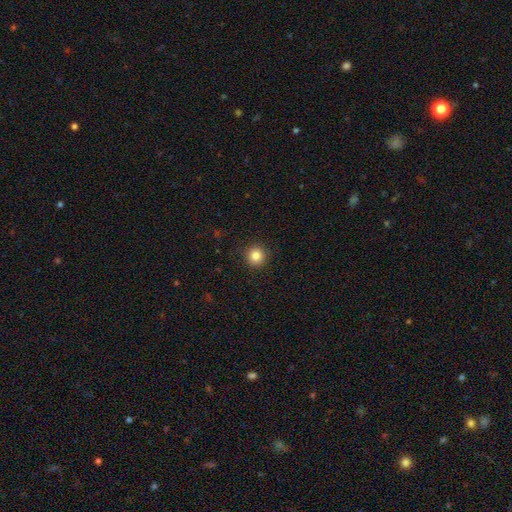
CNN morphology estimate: smooth-or-featured: smooth: 85% | star or artifact: 10% | featured or disk: 5%
  how-rounded: round: 95% | in between: 4% | cigar-shaped: 1%
  merging: none: 92% | minor disturbance: 5% | major disturbance: 2% | merger: 1%